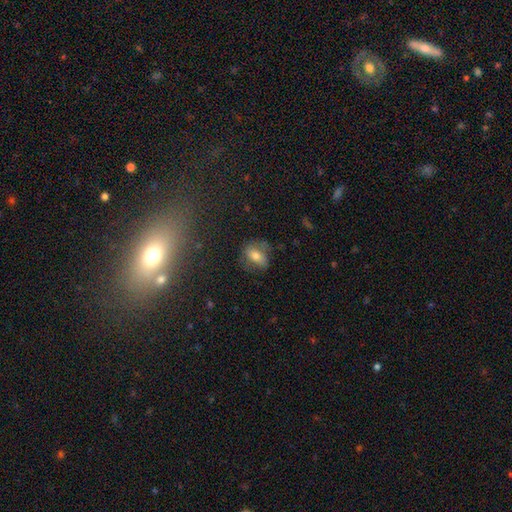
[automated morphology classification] A smooth galaxy with no disk features (62%) that is in between round and cigar-shaped (78%). Merging: none (61%).